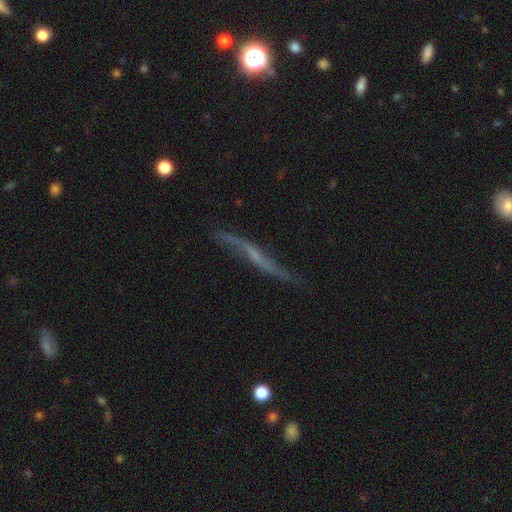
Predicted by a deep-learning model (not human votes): Smooth or featured?
  - featured or disk: 73% *
  - smooth: 18%
  - star or artifact: 9%
Edge-on disk?
  - yes: 67% *
  - no: 33%
Merging?
  - none: 67% *
  - minor disturbance: 22%
  - major disturbance: 8%
  - merger: 3%